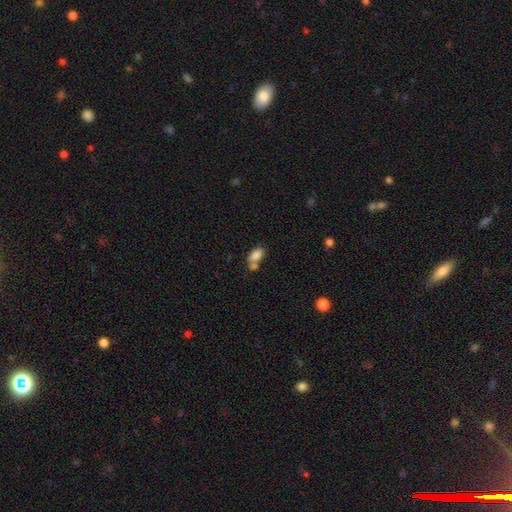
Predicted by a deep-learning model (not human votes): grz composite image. It shows a smooth galaxy with no disk features (82%) that is in between round and cigar-shaped (90%). Merging: merger (41%).